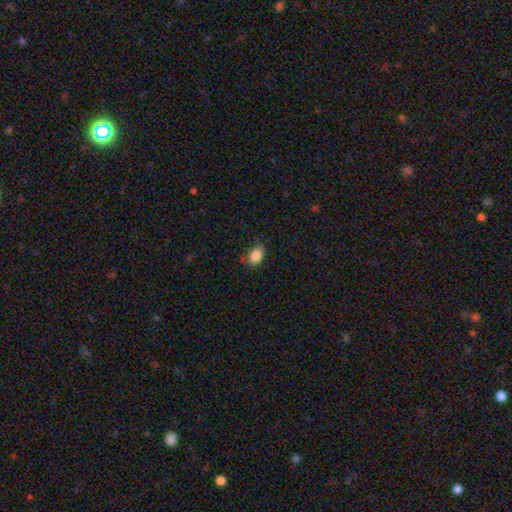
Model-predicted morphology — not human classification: Smooth or featured? smooth (86%)
How rounded? in between (89%)
Merging? none (77%)